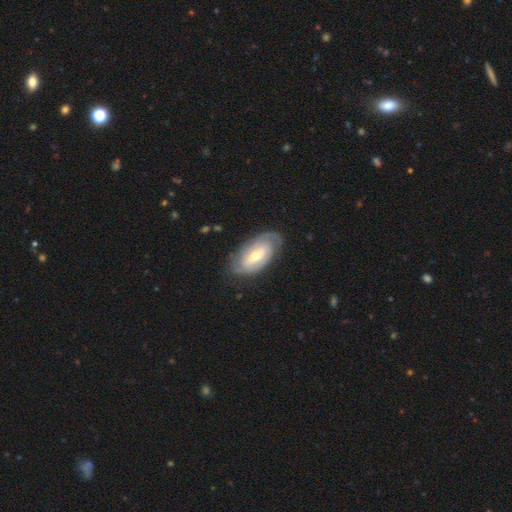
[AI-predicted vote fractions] This is likely a featured or disk galaxy (72%). It is clearly not viewed edge-on (93%). Bar: marginally weak (41%). Spiral arm pattern: clearly yes (83%). Spiral arm count: possibly 2 (48%). Spiral winding: likely tight (60%). Central bulge: possibly moderate (57%). Merging: likely none (72%).